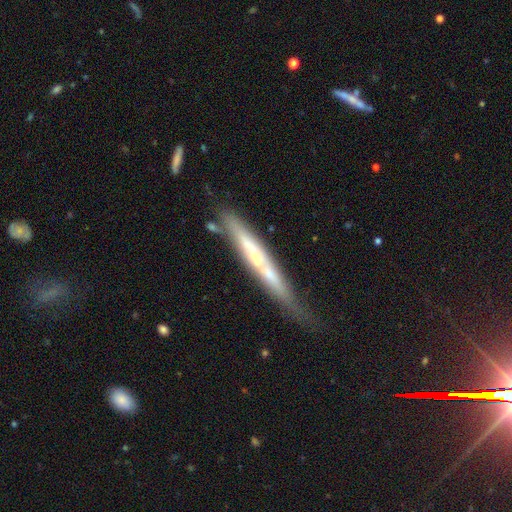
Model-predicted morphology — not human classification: Smooth or featured?
  - featured or disk: 60% *
  - smooth: 33%
  - star or artifact: 7%
Edge-on disk?
  - yes: 86% *
  - no: 14%
Edge-on bulge?
  - none: 58% *
  - rounded: 32%
  - boxy: 10%
Merging?
  - none: 60% *
  - minor disturbance: 25%
  - major disturbance: 8%
  - merger: 8%